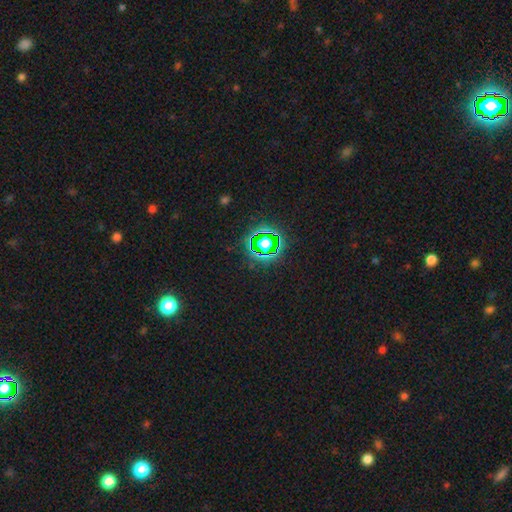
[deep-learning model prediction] Smooth or featured?
  - star or artifact: 78% *
  - smooth: 16%
  - featured or disk: 6%